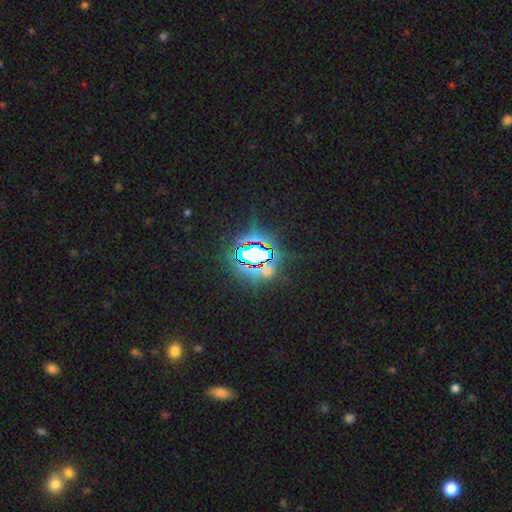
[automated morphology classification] star or artifact 77%, smooth 13%, featured or disk 10%.